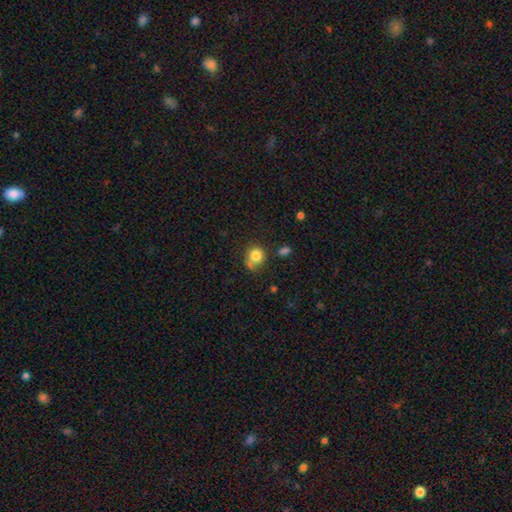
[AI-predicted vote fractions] Smooth or featured: smooth — 81% (star or artifact — 10%)
How rounded: round — 77% (in between — 22%)
Merging: none — 56% (minor disturbance — 21%)